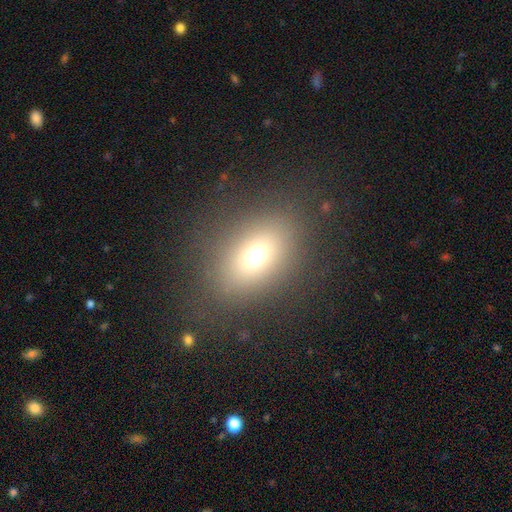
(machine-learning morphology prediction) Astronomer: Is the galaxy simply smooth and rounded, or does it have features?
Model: smooth — 68%.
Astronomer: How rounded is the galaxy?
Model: in between — 63%.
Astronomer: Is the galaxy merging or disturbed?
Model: none — 81%.